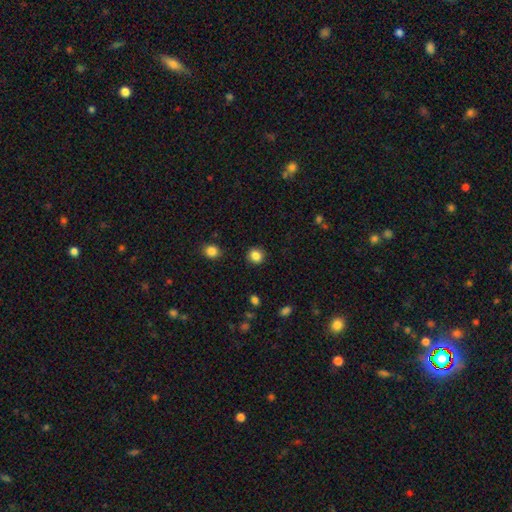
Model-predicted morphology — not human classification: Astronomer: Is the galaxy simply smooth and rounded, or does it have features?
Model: smooth — 85%.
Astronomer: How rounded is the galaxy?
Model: round — 88%.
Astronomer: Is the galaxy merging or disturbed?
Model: none — 91%.